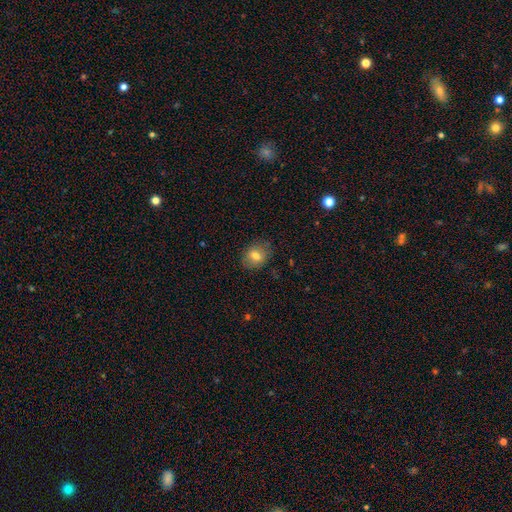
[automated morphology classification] Q: Smooth or featured?
A: smooth (71%); runner-up: featured or disk (20%)
Q: How rounded?
A: in between (57%); runner-up: round (42%)
Q: Merging?
A: none (83%); runner-up: minor disturbance (13%)